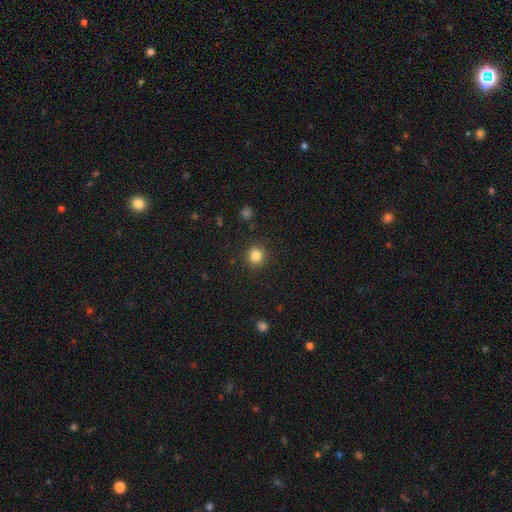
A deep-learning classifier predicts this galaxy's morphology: This appears to be a smooth galaxy with no disk features (83%) that is round (91%). Merging: none (91%).